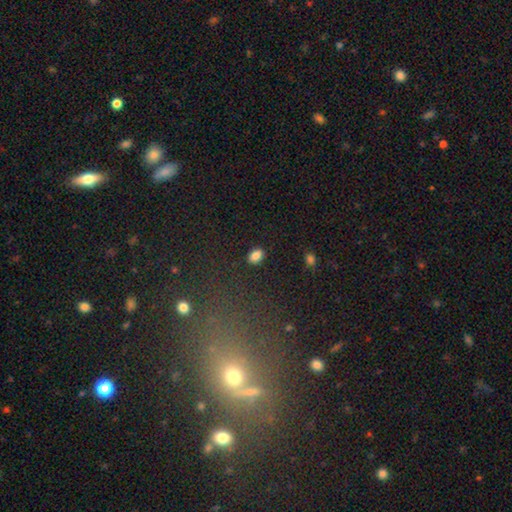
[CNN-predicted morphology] type=smooth (84%); roundness=in between (79%); merging=none (86%).